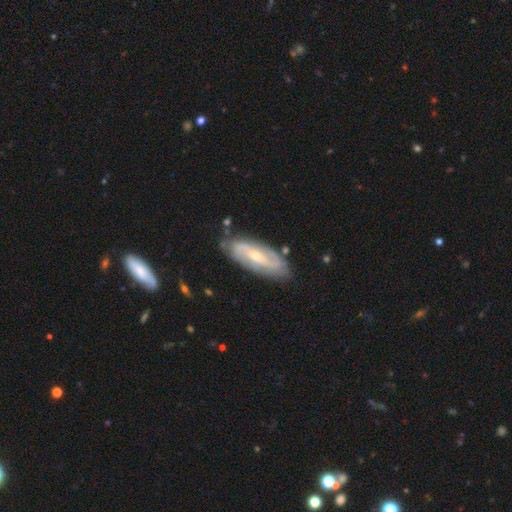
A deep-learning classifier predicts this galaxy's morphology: smooth_or_featured: featured or disk (p=0.80) [alt: smooth p=0.15]
disk_edge_on: no (p=0.89) [alt: yes p=0.11]
bar: weak (p=0.41) [alt: no p=0.40]
has_spiral_arms: yes (p=0.93) [alt: no p=0.07]
spiral_winding: medium (p=0.41) [alt: tight p=0.36]
spiral_arm_count: 2 (p=0.74) [alt: can't tell p=0.15]
bulge_size: small (p=0.63) [alt: moderate p=0.33]
merging: none (p=0.80) [alt: minor disturbance p=0.15]